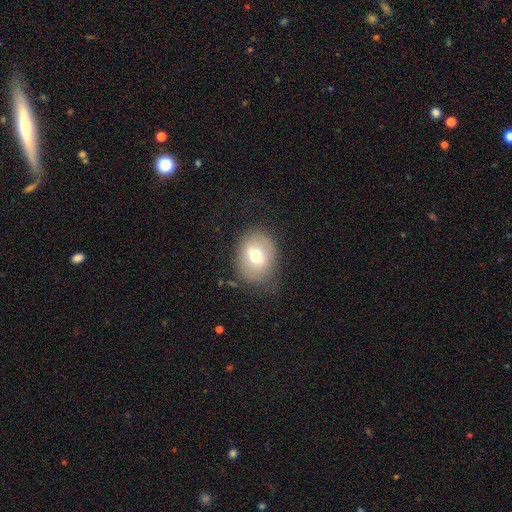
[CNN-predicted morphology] type=smooth (63%); roundness=in between (52%); merging=none (74%).